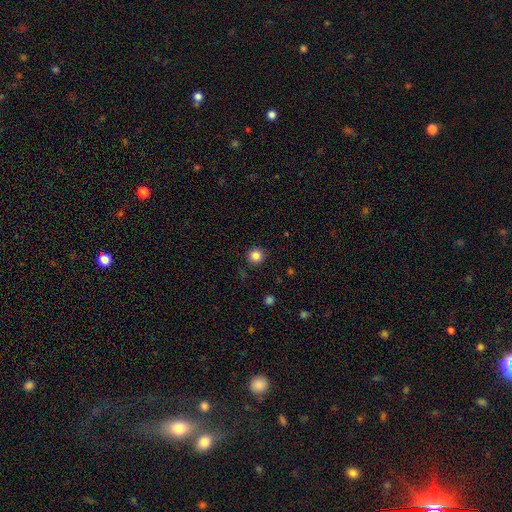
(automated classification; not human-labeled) smooth_or_featured: smooth (p=0.84) [alt: star or artifact p=0.12]
how_rounded: round (p=0.95) [alt: in between p=0.04]
merging: none (p=0.91) [alt: minor disturbance p=0.06]